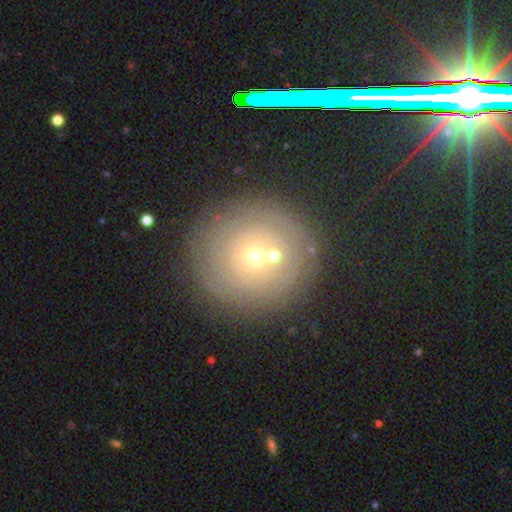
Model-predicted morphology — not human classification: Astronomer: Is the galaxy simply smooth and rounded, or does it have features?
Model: featured or disk — 48% (runner-up: smooth, 34%).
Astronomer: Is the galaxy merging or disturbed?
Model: none — 78%.